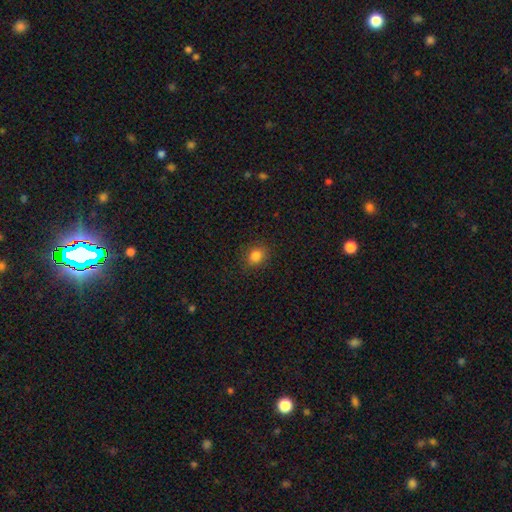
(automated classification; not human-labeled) smooth_or_featured: smooth (p=0.82) [alt: star or artifact p=0.12]
how_rounded: round (p=0.60) [alt: in between p=0.39]
merging: none (p=0.87) [alt: minor disturbance p=0.10]